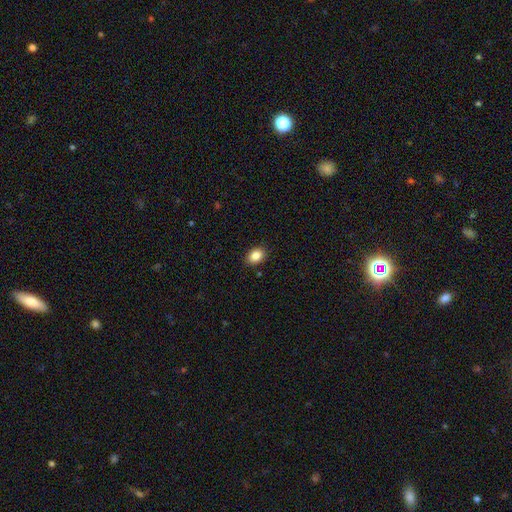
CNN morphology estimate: Smooth or featured? Predicted: smooth (p=0.86). How rounded? Predicted: in between (p=0.73). Merging? Predicted: none (p=0.88).